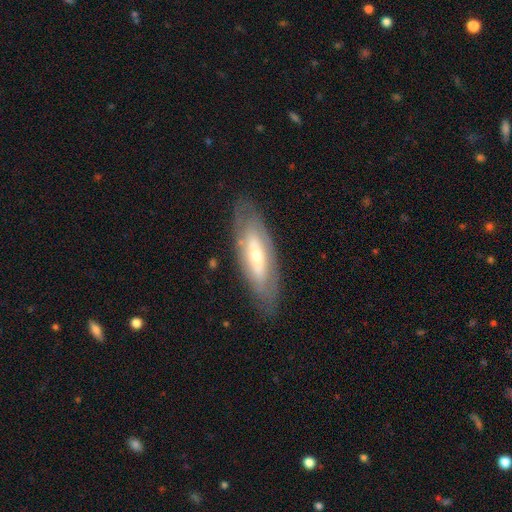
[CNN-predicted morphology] smooth_or_featured: featured or disk (p=0.60) [alt: smooth p=0.33]
disk_edge_on: no (p=0.71) [alt: yes p=0.29]
merging: none (p=0.79) [alt: minor disturbance p=0.14]